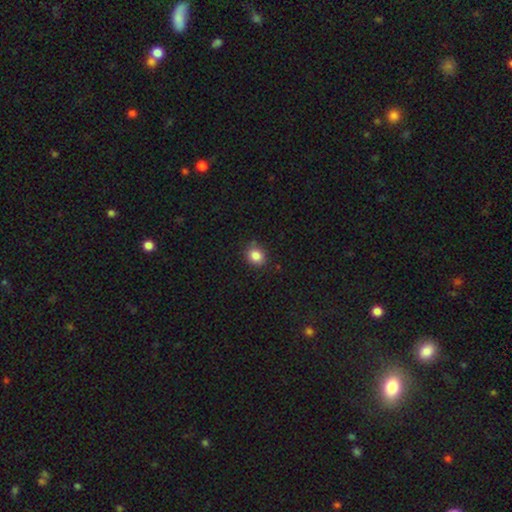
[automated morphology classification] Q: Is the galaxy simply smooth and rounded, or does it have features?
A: smooth — 85%.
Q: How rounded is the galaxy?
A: round — 67%.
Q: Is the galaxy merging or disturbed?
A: none — 82%.